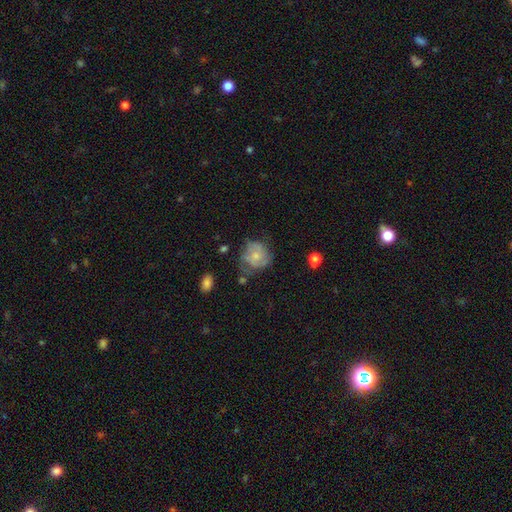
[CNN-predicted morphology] Smooth or featured? Predicted: smooth (p=0.49). Merging? Predicted: none (p=0.50).